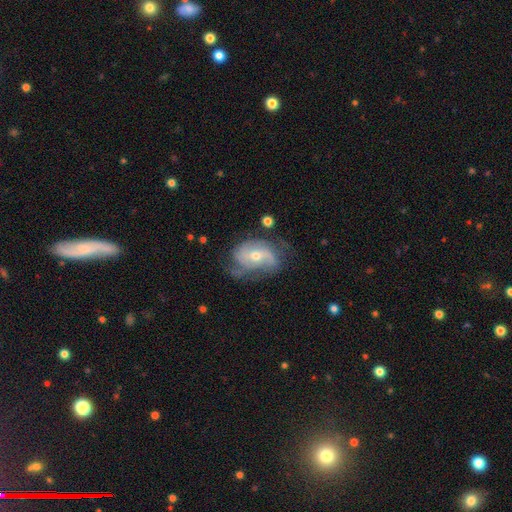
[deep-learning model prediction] Smooth or featured: featured or disk — 80% (smooth — 13%)
Edge-on disk: no — 96% (yes — 4%)
Bar: no — 57% (weak — 32%)
Spiral arms: yes — 92% (no — 8%)
Spiral winding: medium — 42% (tight — 29%)
Spiral arm count: 2 — 38% (3 — 25%)
Bulge size: small — 49% (moderate — 48%)
Merging: none — 54% (minor disturbance — 27%)